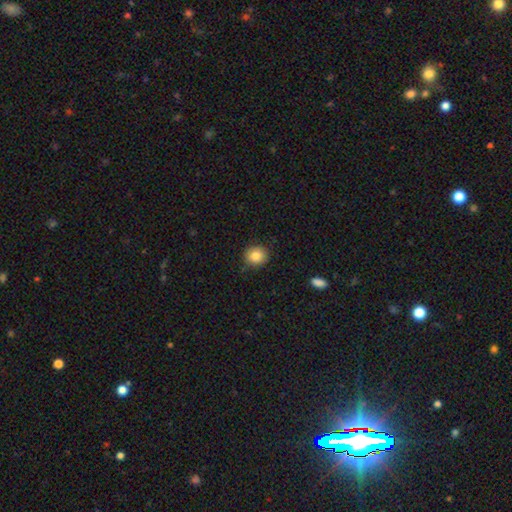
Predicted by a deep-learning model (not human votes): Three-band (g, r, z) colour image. It shows a smooth galaxy with no disk features (83%) that is round (87%). Merging: none (87%).